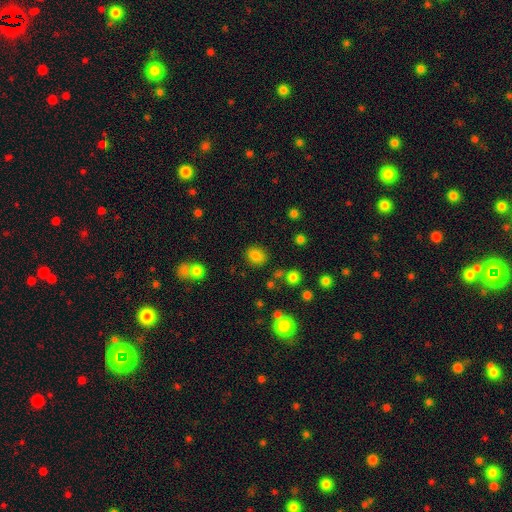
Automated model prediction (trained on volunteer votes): smooth 82%, star or artifact 13%, featured or disk 5%. Down the decision tree: how rounded — round (62%); merging — none (85%).